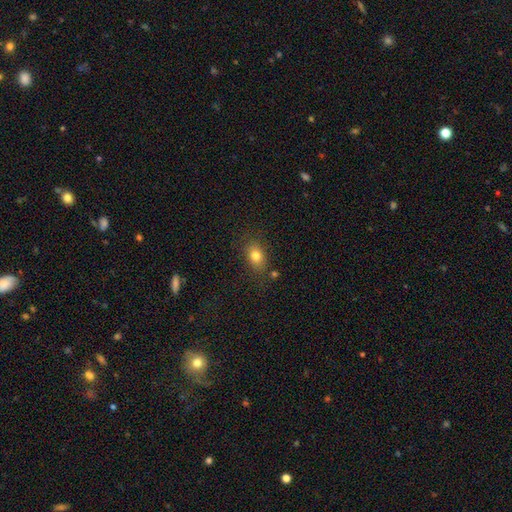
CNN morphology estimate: The model was most divided on "how rounded": in between: 73%, round: 25%, cigar-shaped: 2%. More confident: smooth or featured — smooth (80%); merging — none (77%).